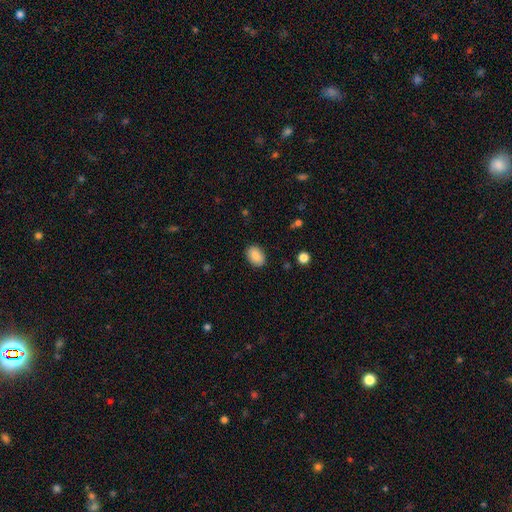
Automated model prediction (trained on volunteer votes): Overall: smooth (89%). How rounded: in between (82%). Merging: none (87%).